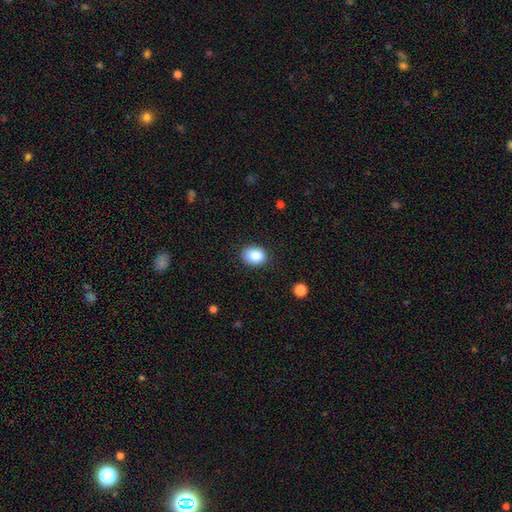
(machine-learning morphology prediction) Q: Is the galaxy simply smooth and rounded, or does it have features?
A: smooth — 86%.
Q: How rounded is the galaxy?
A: in between — 61%.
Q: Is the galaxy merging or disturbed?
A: none — 86%.